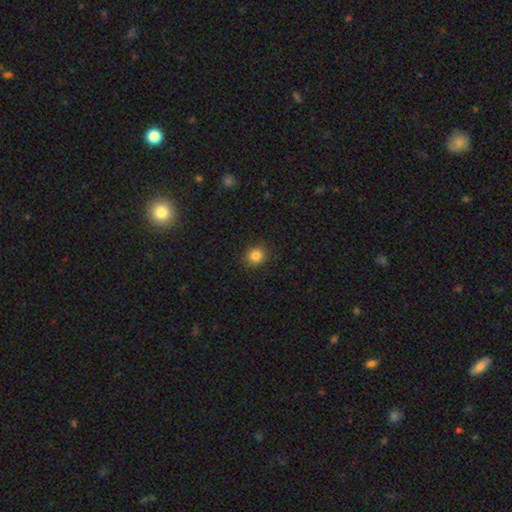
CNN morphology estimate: smooth 84%, star or artifact 11%, featured or disk 5%. Down the decision tree: how rounded — round (80%); merging — none (89%).